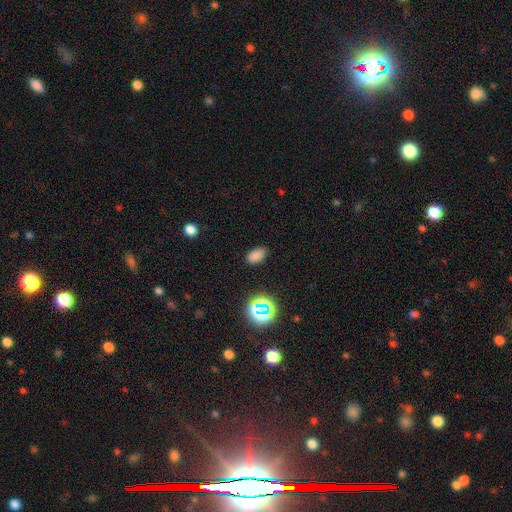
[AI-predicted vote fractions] This is likely a smooth galaxy (77%). How rounded: clearly in between (90%). Merging: clearly none (84%).